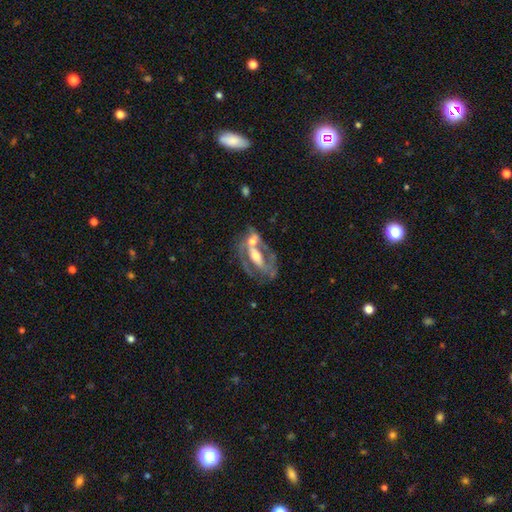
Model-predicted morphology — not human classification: The model was most divided on "merging": merger: 38%, none: 34%, minor disturbance: 15%, major disturbance: 13%. Remaining: edge-on disk — no (90%); smooth or featured — featured or disk (76%); spiral arms — yes (67%); bulge size — moderate (65%); bar — strong (39%).